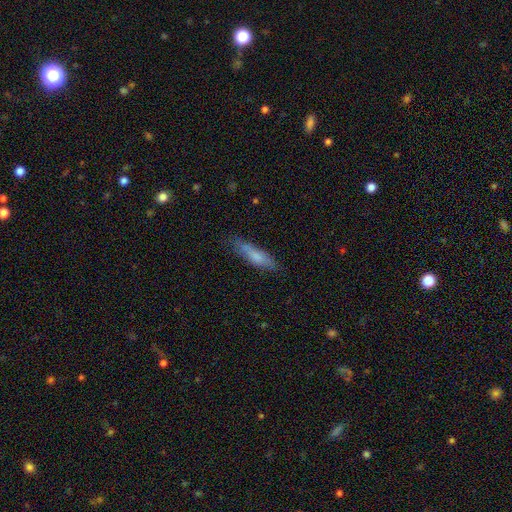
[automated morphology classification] The model was most divided on "how rounded": cigar-shaped: 72%, in between: 26%, round: 2%. More confident: smooth or featured — smooth (73%); merging — none (69%).